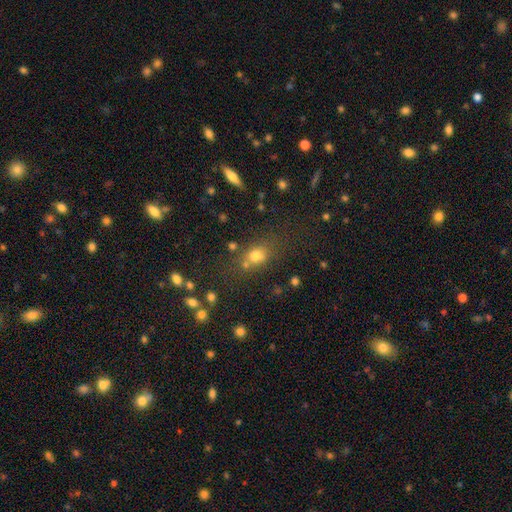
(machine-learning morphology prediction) smooth 64%, star or artifact 22%, featured or disk 13%. Down the decision tree: how rounded — round (49%); merging — none (62%).